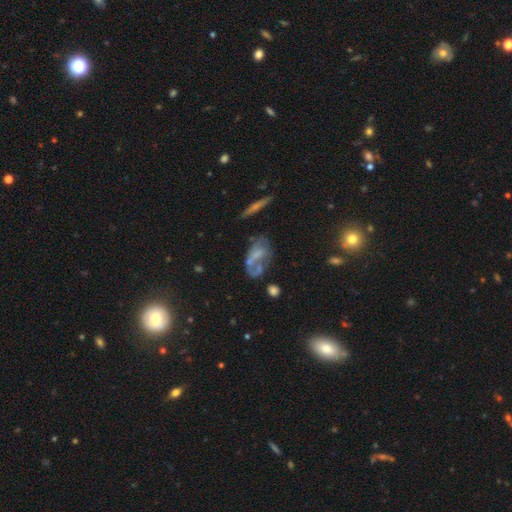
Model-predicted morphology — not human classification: Q: Smooth or featured?
A: featured or disk (50%); runner-up: smooth (37%)
Q: Edge-on disk?
A: no (92%); runner-up: yes (8%)
Q: Merging?
A: none (34%); runner-up: major disturbance (26%)